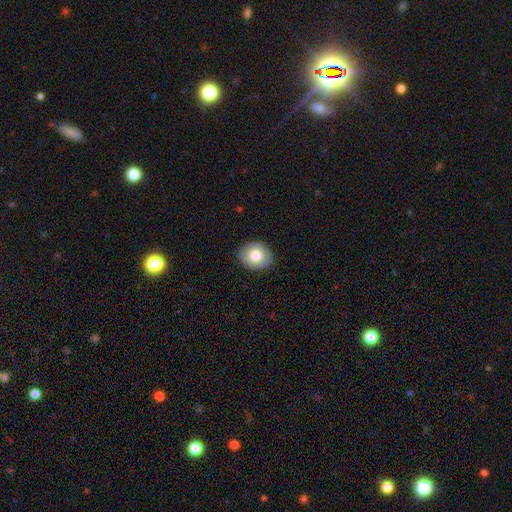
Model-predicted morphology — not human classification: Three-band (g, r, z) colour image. It shows a smooth galaxy with no disk features (80%) that is round (55%). Merging: none (89%).